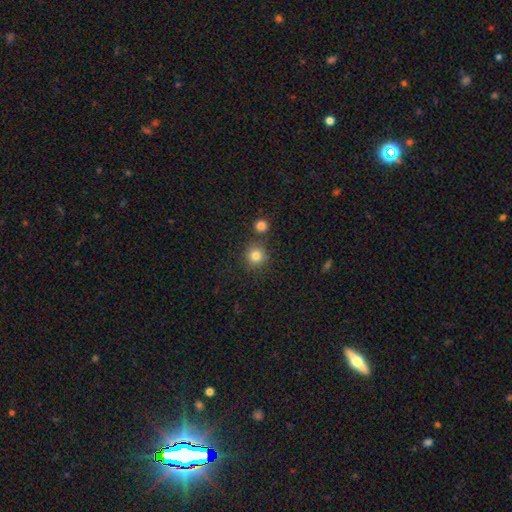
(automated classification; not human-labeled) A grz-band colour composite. It shows a smooth galaxy with no disk features (82%) that is round (93%). Merging: none (80%).